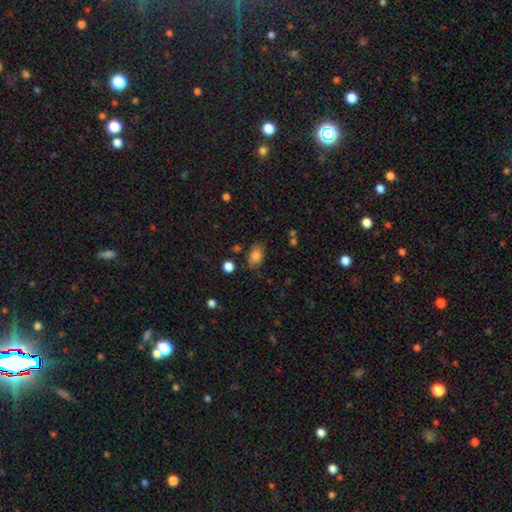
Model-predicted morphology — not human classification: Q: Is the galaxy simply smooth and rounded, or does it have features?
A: smooth — 83%.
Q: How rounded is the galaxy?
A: in between — 85%.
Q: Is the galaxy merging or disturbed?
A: none — 75%.